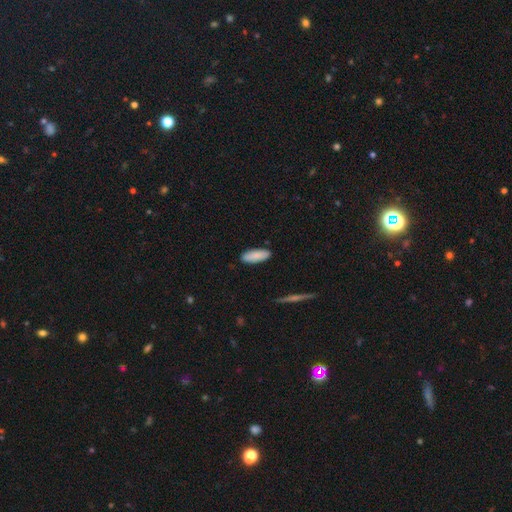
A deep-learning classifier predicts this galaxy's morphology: type=smooth (88%); roundness=in between (68%); merging=none (88%).